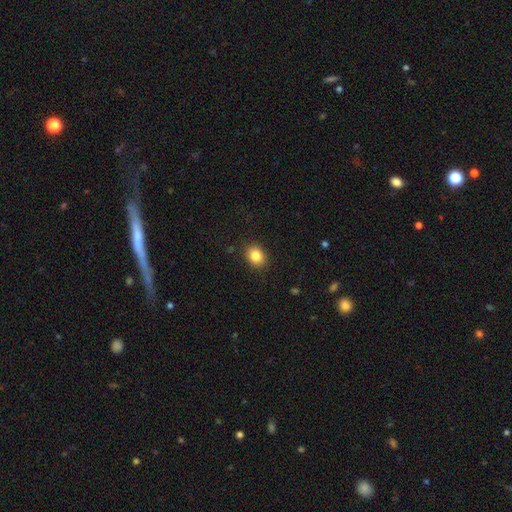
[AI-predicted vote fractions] This is clearly a smooth galaxy (84%). How rounded: possibly in between (51%). Merging: clearly none (88%).